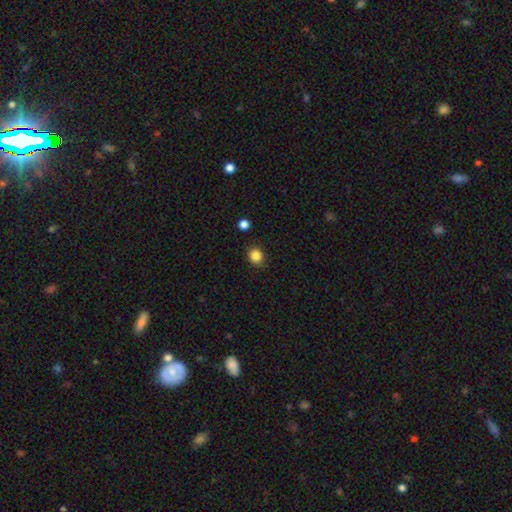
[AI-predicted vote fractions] The model was most divided on "how rounded": round: 81%, in between: 19%, cigar-shaped: 1%. More confident: merging — none (88%); smooth or featured — smooth (85%).